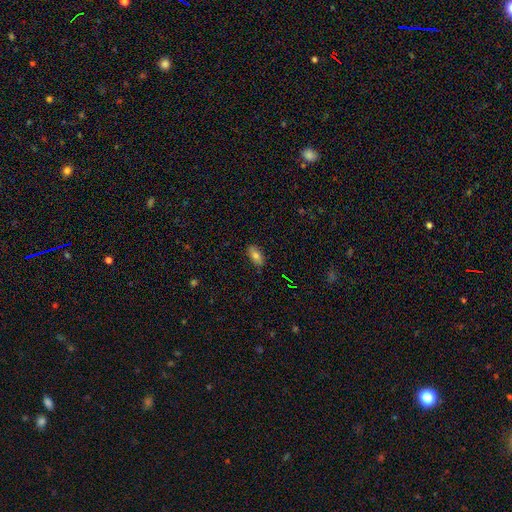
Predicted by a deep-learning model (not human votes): Smooth or featured?
  - smooth: 76% *
  - featured or disk: 15%
  - star or artifact: 9%
How rounded?
  - in between: 89% *
  - cigar-shaped: 8%
  - round: 4%
Merging?
  - none: 84% *
  - minor disturbance: 12%
  - major disturbance: 2%
  - merger: 1%